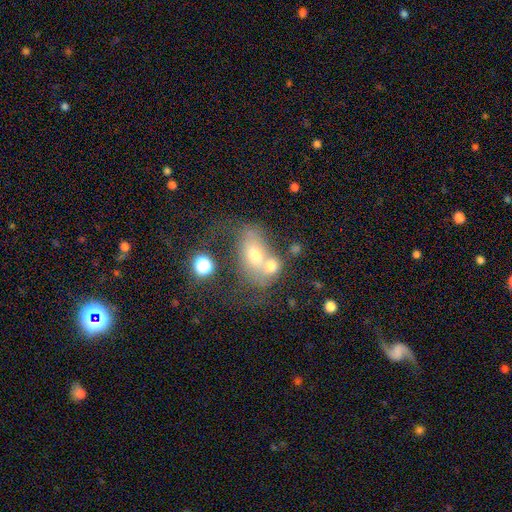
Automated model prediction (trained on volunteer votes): Smooth or featured?
  - smooth: 53% *
  - featured or disk: 34%
  - star or artifact: 13%
How rounded?
  - in between: 67% *
  - round: 30%
  - cigar-shaped: 3%
Merging?
  - merger: 55% *
  - none: 19%
  - major disturbance: 15%
  - minor disturbance: 11%